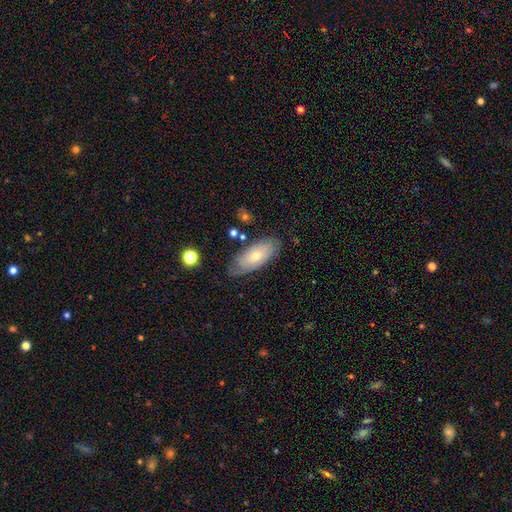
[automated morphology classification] Smooth or featured? smooth (53%)
How rounded? in between (84%)
Merging? none (76%)